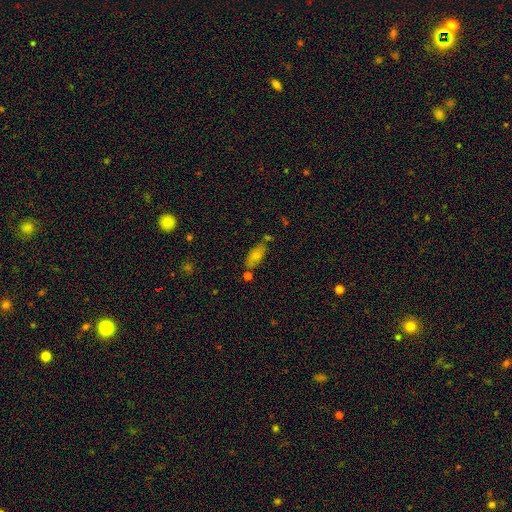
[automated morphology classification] type=smooth (73%); roundness=in between (83%); merging=none (65%).